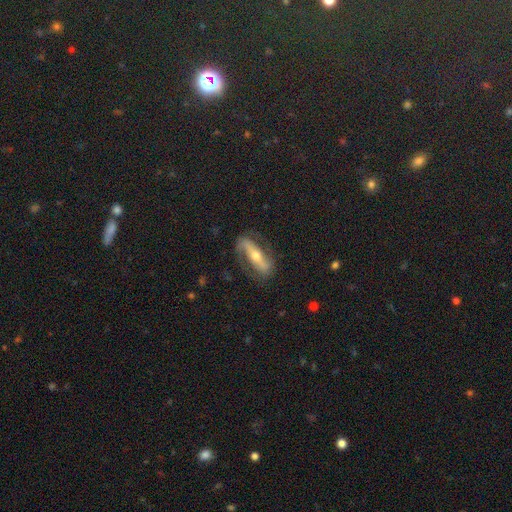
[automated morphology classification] Smooth or featured? Predicted: featured or disk (p=0.75). Edge-on disk? Predicted: no (p=0.71). Bar? Predicted: strong (p=0.62). Spiral arms? Predicted: yes (p=0.82). Bulge size? Predicted: moderate (p=0.61). Merging? Predicted: none (p=0.76).